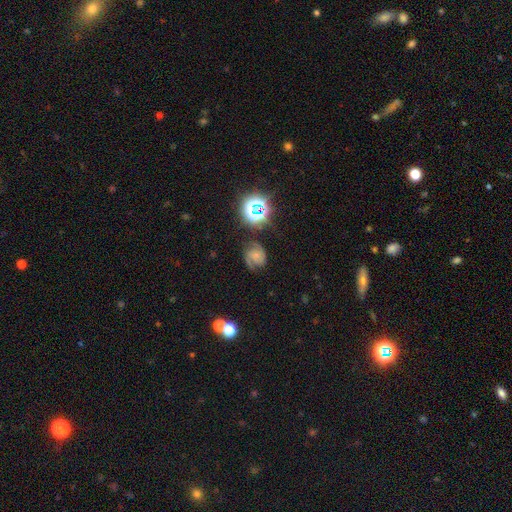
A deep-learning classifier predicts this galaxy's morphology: Q: Smooth or featured?
A: featured or disk (70%); runner-up: smooth (15%)
Q: Edge-on disk?
A: no (98%); runner-up: yes (2%)
Q: Bar?
A: no (72%); runner-up: weak (23%)
Q: Spiral arms?
A: yes (95%); runner-up: no (5%)
Q: Spiral winding?
A: medium (45%); runner-up: tight (40%)
Q: Spiral arm count?
A: 2 (55%); runner-up: 3 (22%)
Q: Bulge size?
A: small (56%); runner-up: moderate (20%)
Q: Merging?
A: none (61%); runner-up: minor disturbance (22%)